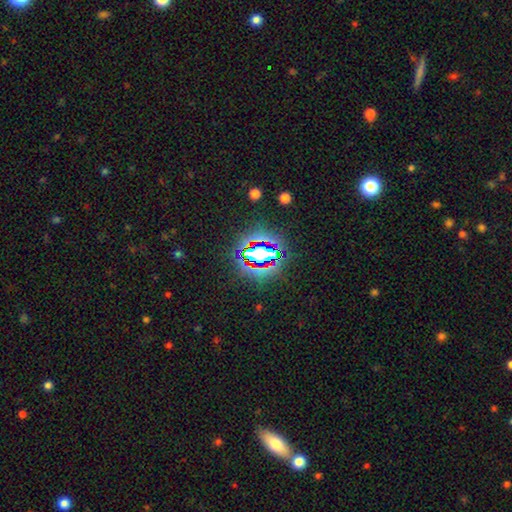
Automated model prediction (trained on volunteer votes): Morphology: type=star or artifact (69%).